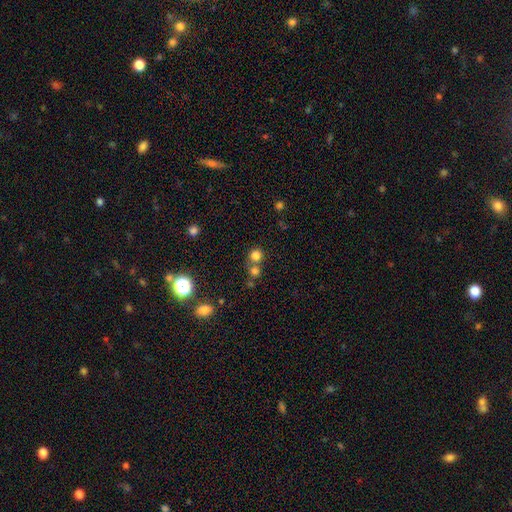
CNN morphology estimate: Smooth or featured?
  - smooth: 77% *
  - star or artifact: 16%
  - featured or disk: 7%
How rounded?
  - round: 89% *
  - in between: 10%
  - cigar-shaped: 1%
Merging?
  - none: 56% *
  - merger: 34%
  - minor disturbance: 6%
  - major disturbance: 3%